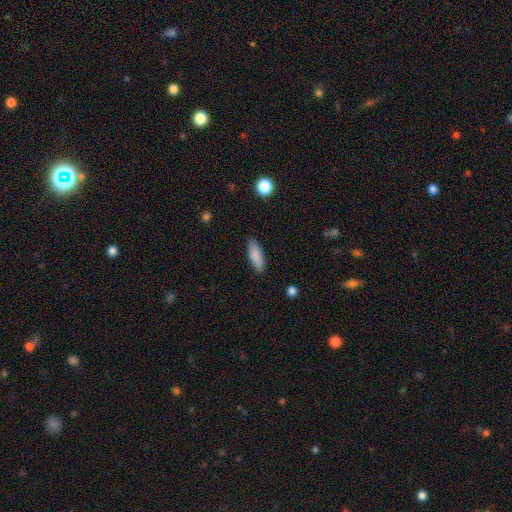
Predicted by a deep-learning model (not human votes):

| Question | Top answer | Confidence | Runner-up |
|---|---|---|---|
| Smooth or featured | smooth | 87% | featured or disk (7%) |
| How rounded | in between | 61% | cigar-shaped (38%) |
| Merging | none | 85% | minor disturbance (11%) |